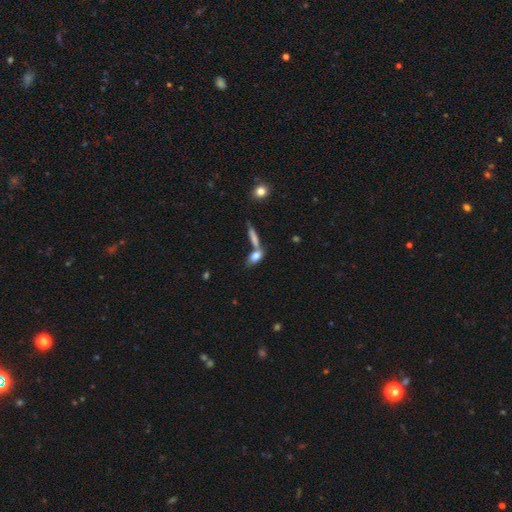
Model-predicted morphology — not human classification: Overall: smooth (77%). How rounded: in between (72%). Merging: merger (44%; none 41%).